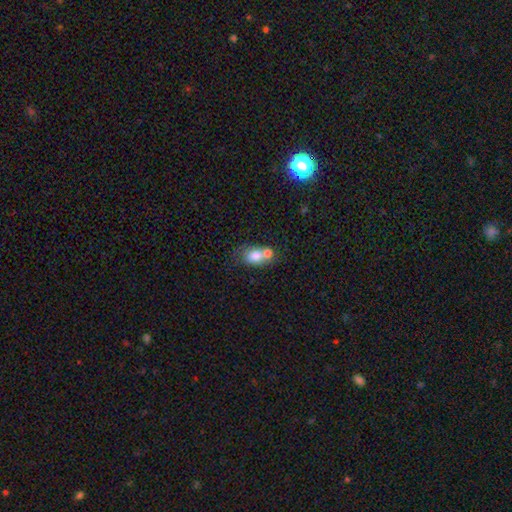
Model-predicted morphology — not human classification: Smooth or featured? smooth (74%)
How rounded? in between (65%)
Merging? merger (59%)